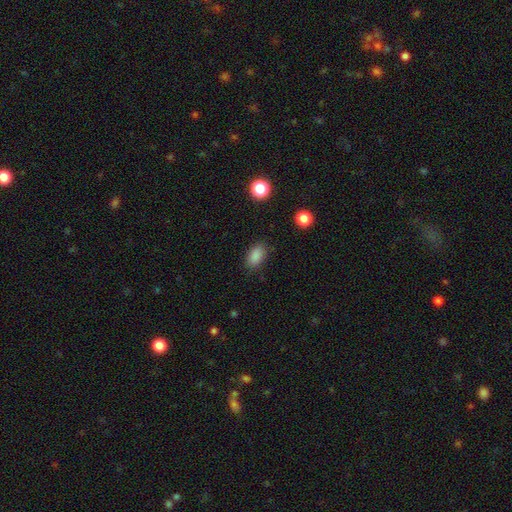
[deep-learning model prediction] smooth_or_featured: smooth (p=0.86) [alt: star or artifact p=0.10]
how_rounded: in between (p=0.89) [alt: round p=0.08]
merging: none (p=0.84) [alt: minor disturbance p=0.11]